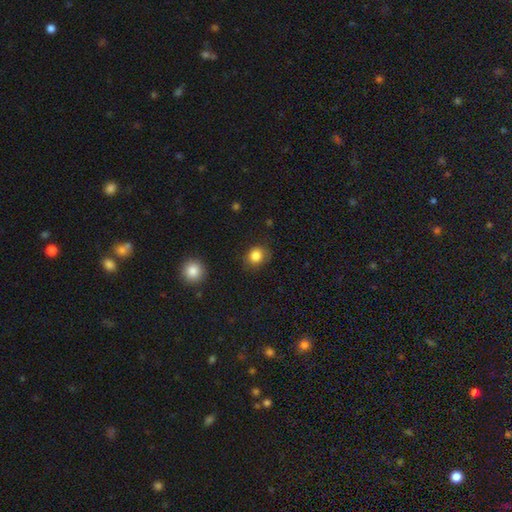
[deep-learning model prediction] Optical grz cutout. It shows a smooth galaxy with no disk features (84%) that is round (71%). Merging: none (80%).